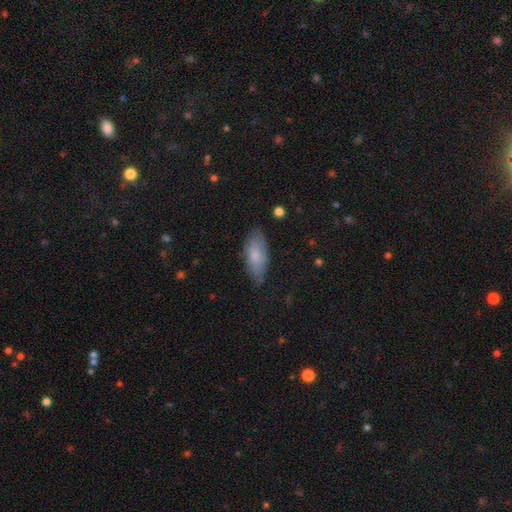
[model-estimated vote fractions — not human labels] Smooth or featured? Predicted: smooth (p=0.76). How rounded? Predicted: in between (p=0.83). Merging? Predicted: none (p=0.75).